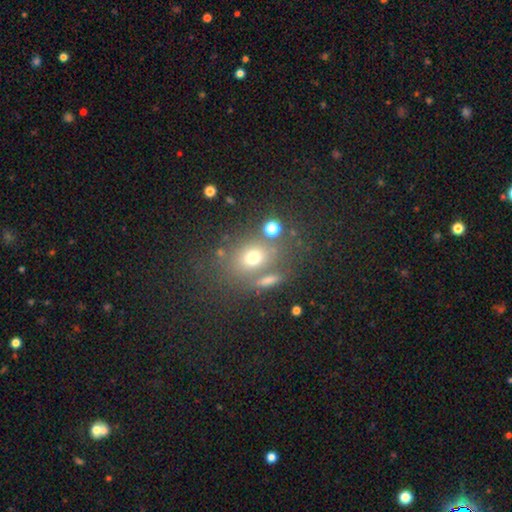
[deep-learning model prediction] Morphology: type=smooth (68%); roundness=round (53%); merging=none (64%).